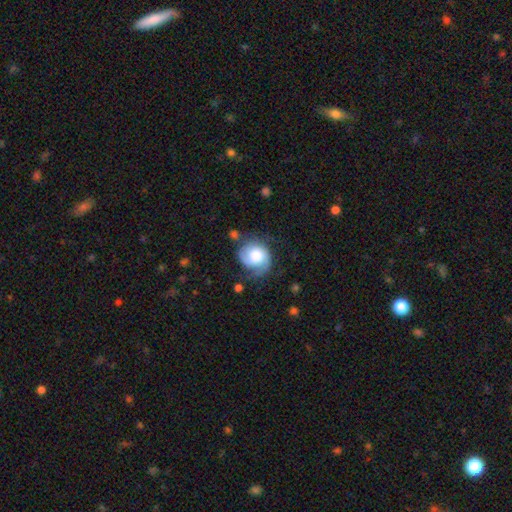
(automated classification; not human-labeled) smooth_or_featured: featured or disk (p=0.54) [alt: smooth p=0.38]
disk_edge_on: no (p=0.98) [alt: yes p=0.02]
bar: no (p=0.76) [alt: weak p=0.20]
has_spiral_arms: yes (p=0.86) [alt: no p=0.14]
bulge_size: large (p=0.46) [alt: moderate p=0.33]
merging: none (p=0.53) [alt: minor disturbance p=0.28]